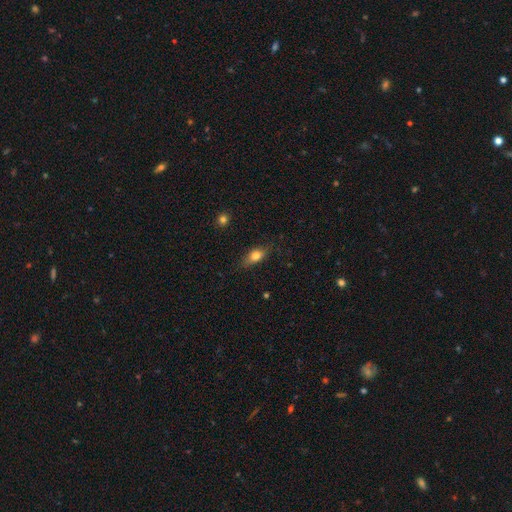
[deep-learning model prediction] smooth_or_featured: smooth (p=0.72) [alt: featured or disk p=0.20]
how_rounded: in between (p=0.75) [alt: cigar-shaped p=0.16]
merging: none (p=0.78) [alt: minor disturbance p=0.17]